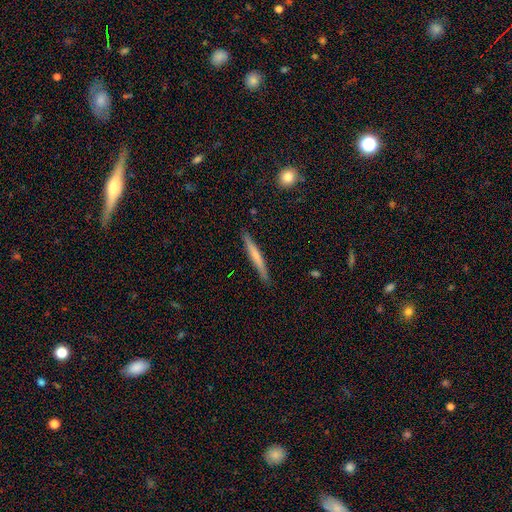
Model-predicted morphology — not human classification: A smooth galaxy with no disk features (52%) that is cigar-shaped (96%). Merging: none (88%).